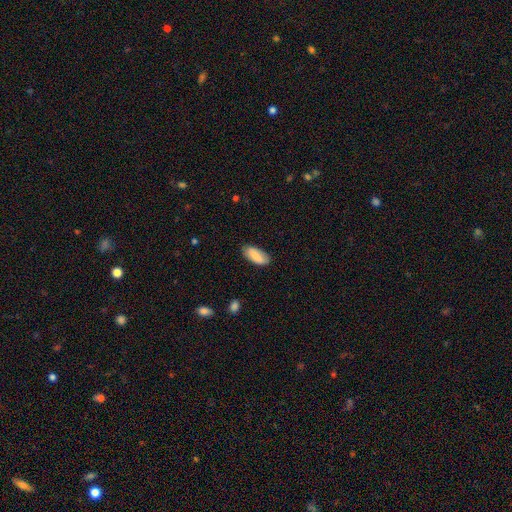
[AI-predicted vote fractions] smooth_or_featured: smooth (p=0.84) [alt: featured or disk p=0.10]
how_rounded: in between (p=0.83) [alt: cigar-shaped p=0.15]
merging: none (p=0.79) [alt: minor disturbance p=0.17]